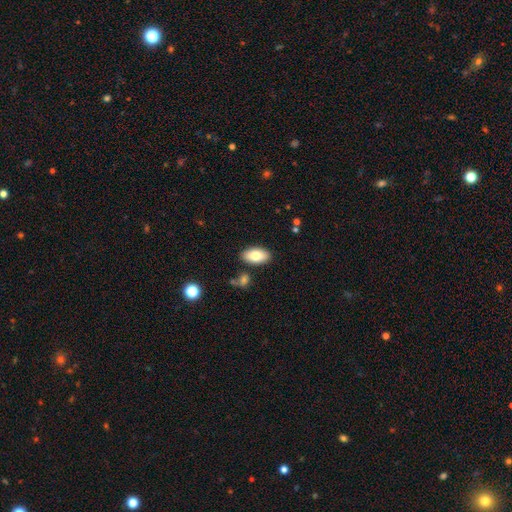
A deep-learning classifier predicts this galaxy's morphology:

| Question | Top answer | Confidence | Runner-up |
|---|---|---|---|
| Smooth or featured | smooth | 79% | featured or disk (14%) |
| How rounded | in between | 94% | round (4%) |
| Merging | none | 85% | minor disturbance (9%) |